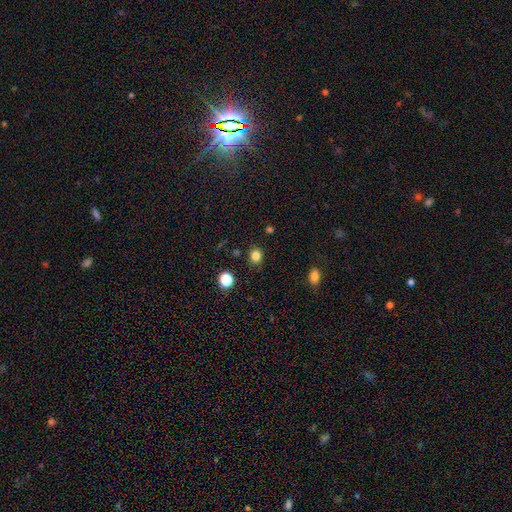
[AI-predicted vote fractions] Morphology: type=smooth (82%); roundness=round (74%); merging=none (87%).